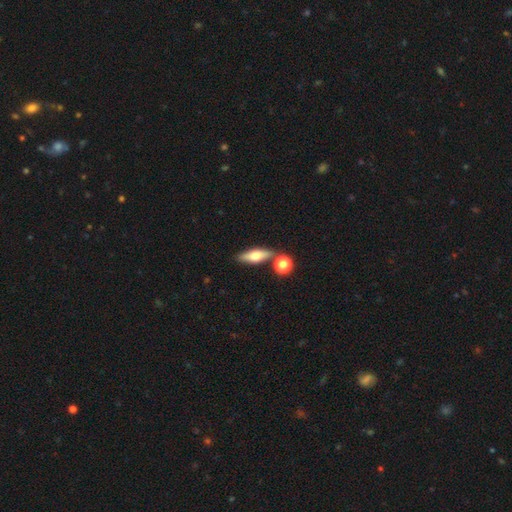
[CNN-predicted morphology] Q: Smooth or featured?
A: smooth (50%); runner-up: featured or disk (42%)
Q: Merging?
A: none (74%); runner-up: merger (13%)